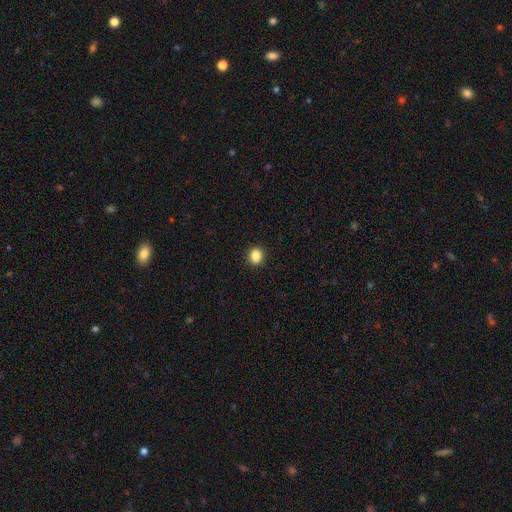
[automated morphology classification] The model was most divided on "how rounded": round: 51%, in between: 48%, cigar-shaped: 1%. More confident: merging — none (91%); smooth or featured — smooth (87%).